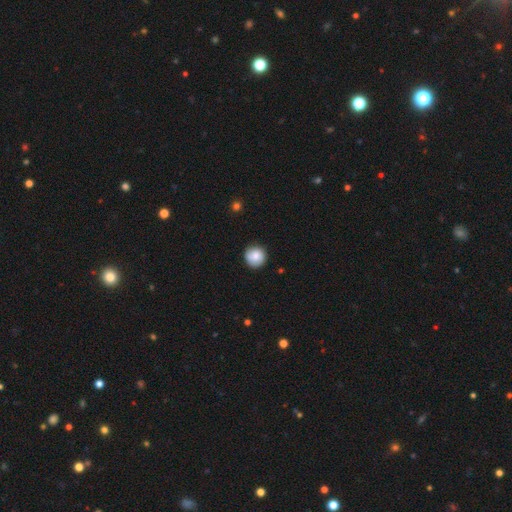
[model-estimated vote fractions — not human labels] Smooth or featured? smooth (82%)
How rounded? round (95%)
Merging? none (86%)